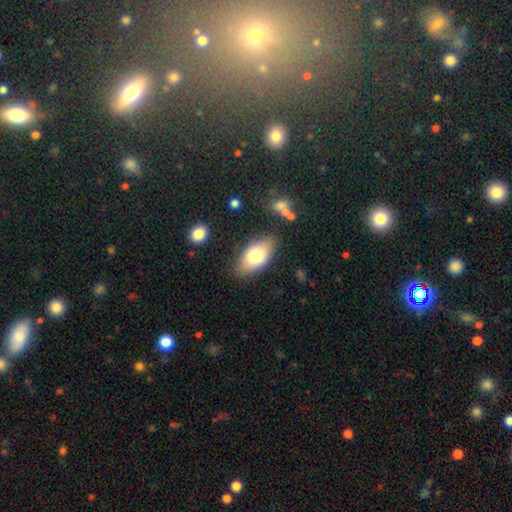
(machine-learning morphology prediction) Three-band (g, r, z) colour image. It shows a smooth galaxy with no disk features (77%) that is in between round and cigar-shaped (92%). Merging: none (80%).